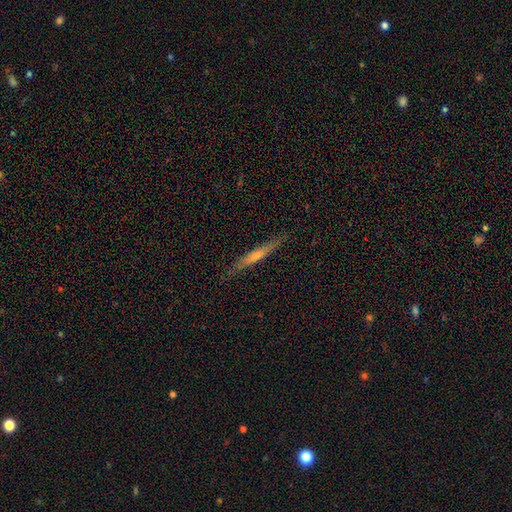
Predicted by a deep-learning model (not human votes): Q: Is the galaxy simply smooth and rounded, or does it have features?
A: featured or disk — 53%.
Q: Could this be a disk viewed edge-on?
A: yes — 96%.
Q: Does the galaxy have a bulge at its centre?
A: none — 50%.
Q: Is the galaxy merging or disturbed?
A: none — 88%.